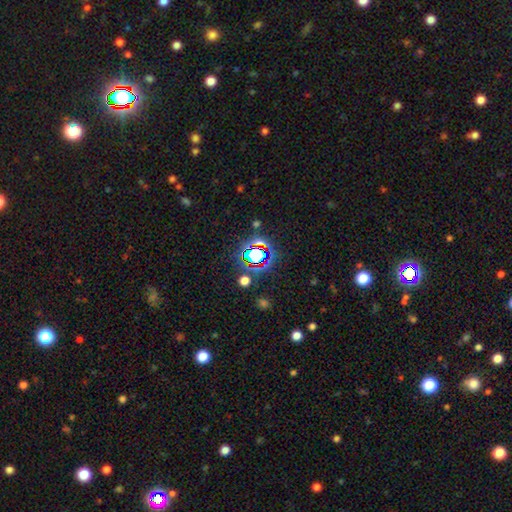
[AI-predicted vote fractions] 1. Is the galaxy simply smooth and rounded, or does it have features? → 65% star or artifact, 23% smooth, 12% featured or disk.